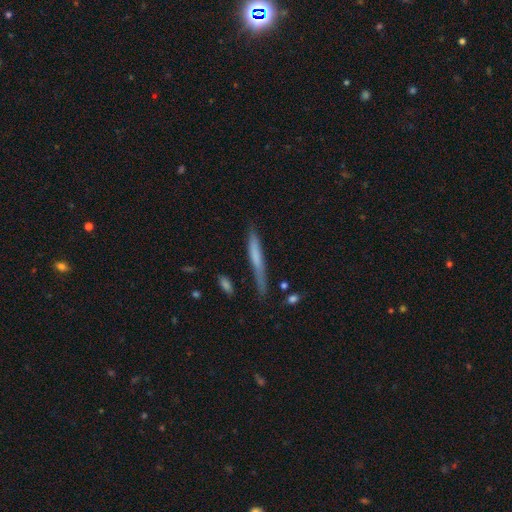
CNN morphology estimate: Overall: smooth (59%; featured or disk 35%). How rounded: cigar-shaped (95%). Merging: none (74%).